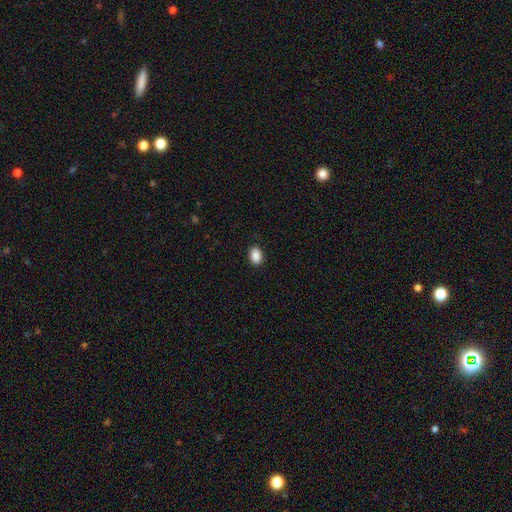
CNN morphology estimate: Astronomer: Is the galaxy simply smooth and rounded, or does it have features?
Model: smooth — 90%.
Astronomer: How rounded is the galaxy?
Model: in between — 81%.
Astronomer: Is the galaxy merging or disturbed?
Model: none — 90%.